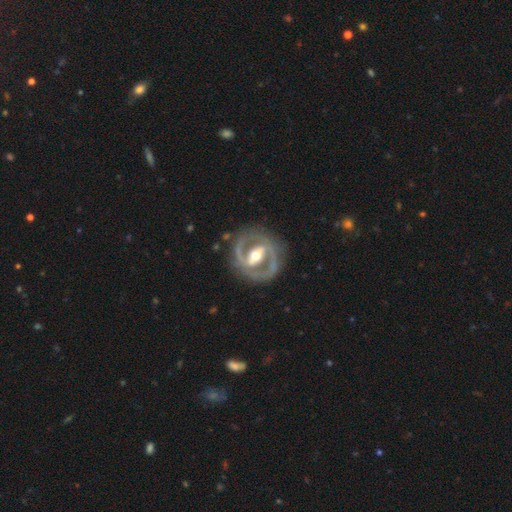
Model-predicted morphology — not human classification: Overall: featured or disk (86%). Edge-on disk: no (96%). Bar: strong (57%; weak 29%). Spiral arms: yes (82%). Spiral arm count: 2 (88%). Spiral winding: medium (48%; tight 38%). Bulge size: moderate (72%). Merging: none (81%).